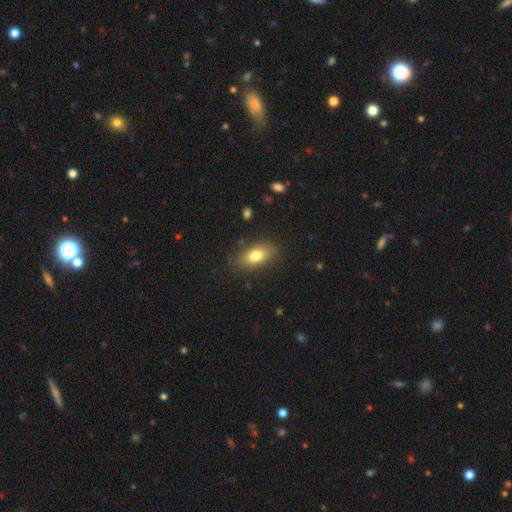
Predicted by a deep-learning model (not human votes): Smooth or featured?
  - smooth: 79% *
  - featured or disk: 13%
  - star or artifact: 8%
How rounded?
  - in between: 87% *
  - round: 7%
  - cigar-shaped: 6%
Merging?
  - none: 84% *
  - minor disturbance: 11%
  - major disturbance: 3%
  - merger: 1%